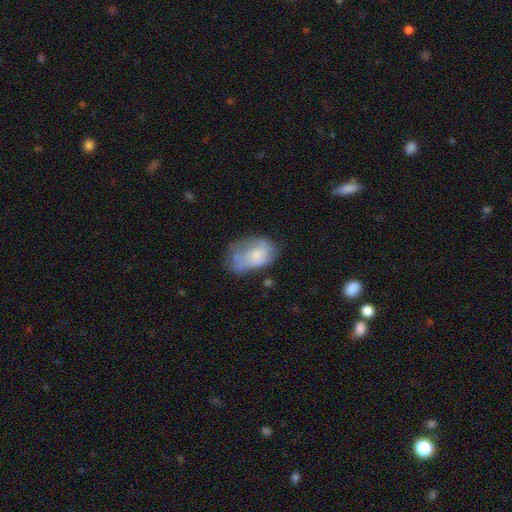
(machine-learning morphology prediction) Q: Smooth or featured?
A: smooth (53%); runner-up: featured or disk (39%)
Q: How rounded?
A: in between (86%); runner-up: round (12%)
Q: Merging?
A: none (33%); runner-up: minor disturbance (31%)